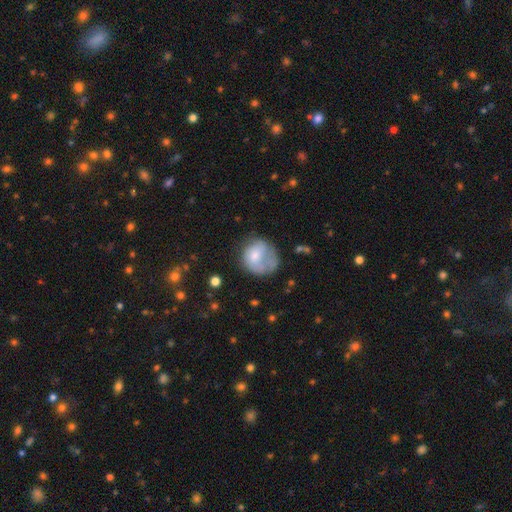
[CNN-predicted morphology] A smooth galaxy with no disk features (63%) that is round (69%).

Vote fractions:
- Smooth or featured? smooth: 63% / featured or disk: 29% / star or artifact: 8%
- How rounded? round: 69% / in between: 30% / cigar-shaped: 1%
- Merging? none: 35% / major disturbance: 30% / minor disturbance: 26% / merger: 8%